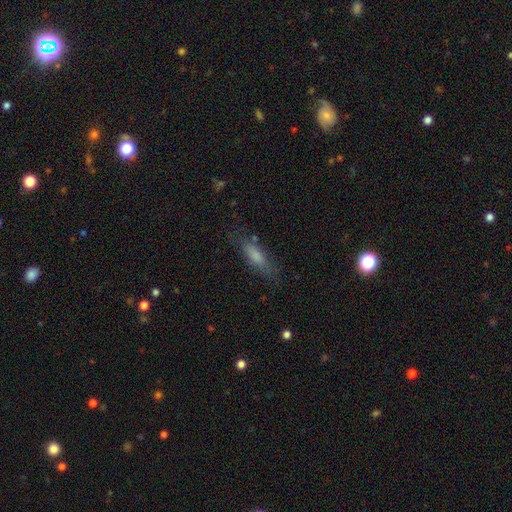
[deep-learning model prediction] A smooth galaxy with no disk features (71%) that is cigar-shaped (56%). Merging: none (72%).